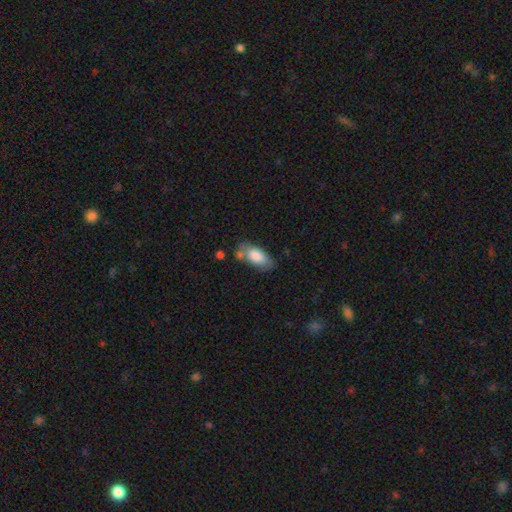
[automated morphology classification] smooth-or-featured: smooth: 80% | featured or disk: 14% | star or artifact: 6%
  how-rounded: in between: 90% | cigar-shaped: 7% | round: 3%
  merging: none: 59% | minor disturbance: 22% | merger: 12% | major disturbance: 6%